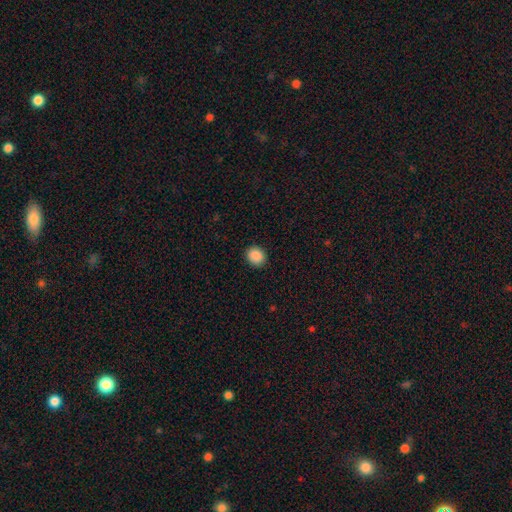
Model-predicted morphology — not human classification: A smooth galaxy with no disk features (89%) that is round (72%). Merging: none (90%).